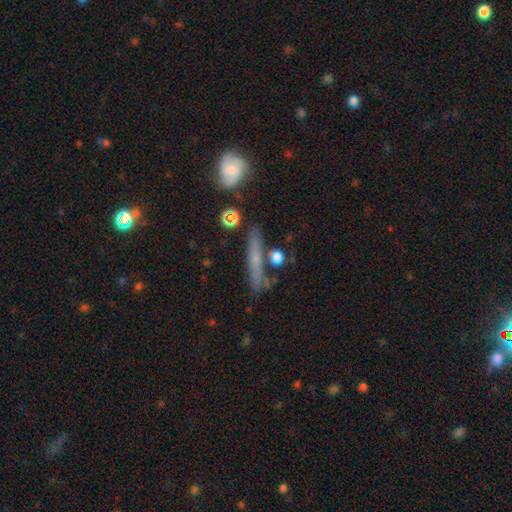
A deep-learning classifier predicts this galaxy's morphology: This appears to be a smooth galaxy with no disk features (50%). Merging: none (75%).